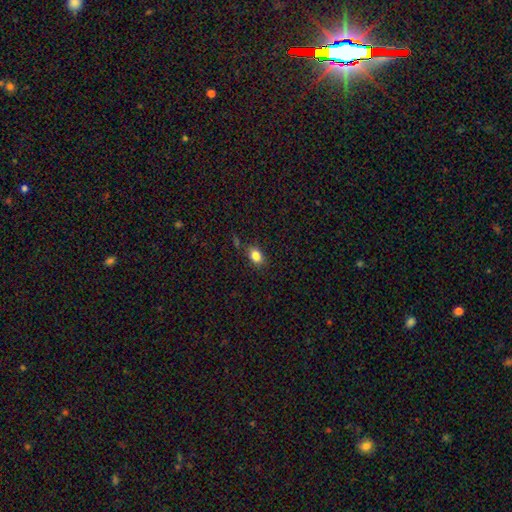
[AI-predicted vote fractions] Overall: smooth (83%). How rounded: in between (73%). Merging: none (81%).